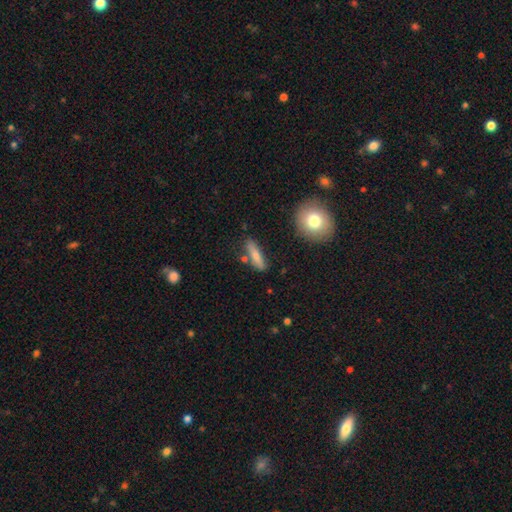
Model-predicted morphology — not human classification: smooth 69%, featured or disk 23%, star or artifact 8%. Down the decision tree: how rounded — cigar-shaped (69%); merging — none (75%).